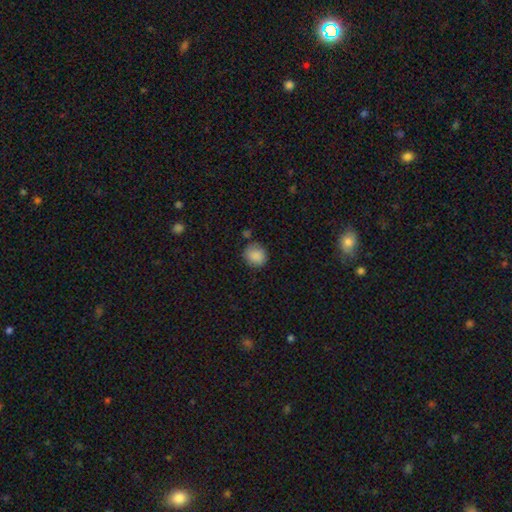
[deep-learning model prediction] This appears to be a smooth galaxy with no disk features (87%) that is round (83%). Merging: none (74%).